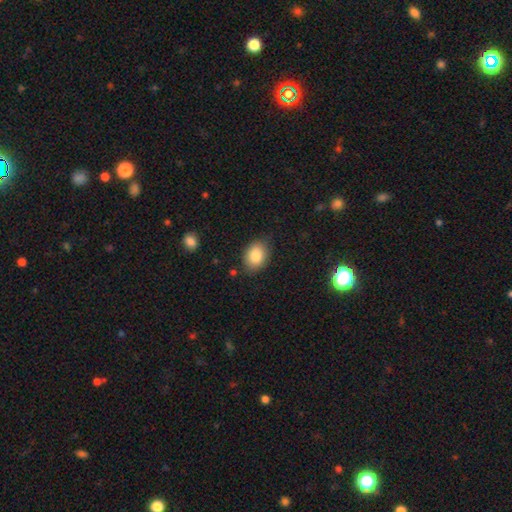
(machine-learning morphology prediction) This appears to be a smooth galaxy with no disk features (83%) that is in between round and cigar-shaped (71%). Merging: none (81%).